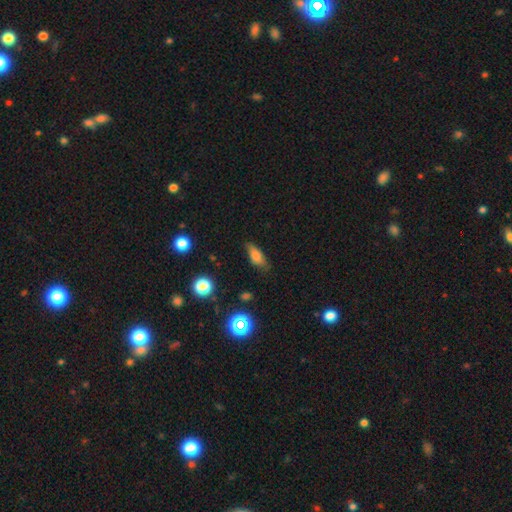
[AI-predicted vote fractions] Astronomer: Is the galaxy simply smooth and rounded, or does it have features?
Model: smooth — 71%.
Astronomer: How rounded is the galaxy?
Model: in between — 72%.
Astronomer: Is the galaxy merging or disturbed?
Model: none — 71%.